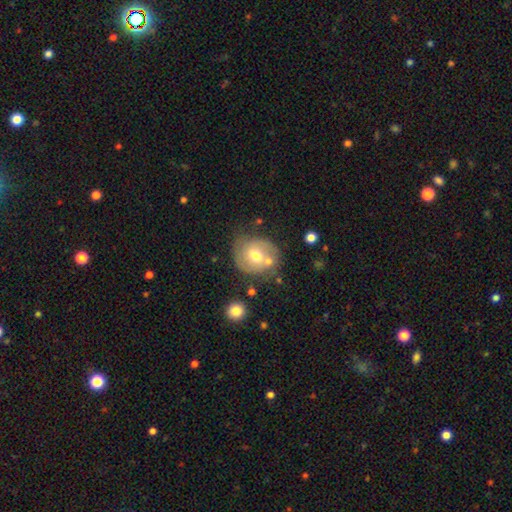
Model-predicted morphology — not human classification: Smooth or featured?
  - featured or disk: 50% *
  - smooth: 42%
  - star or artifact: 8%
Merging?
  - none: 57% *
  - minor disturbance: 20%
  - merger: 15%
  - major disturbance: 8%